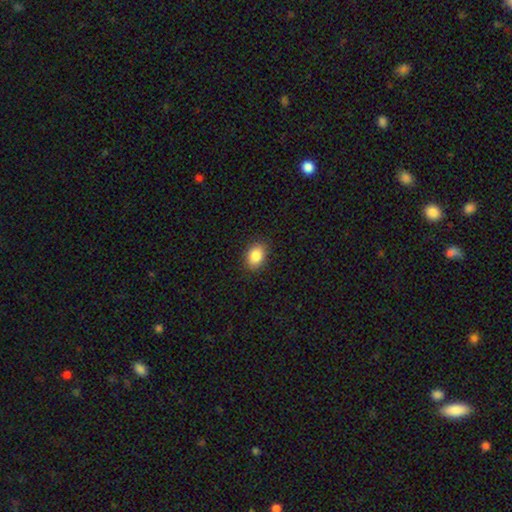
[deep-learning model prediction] Smooth or featured?
  - smooth: 86% *
  - star or artifact: 8%
  - featured or disk: 5%
How rounded?
  - in between: 71% *
  - round: 28%
  - cigar-shaped: 1%
Merging?
  - none: 88% *
  - minor disturbance: 9%
  - major disturbance: 2%
  - merger: 1%